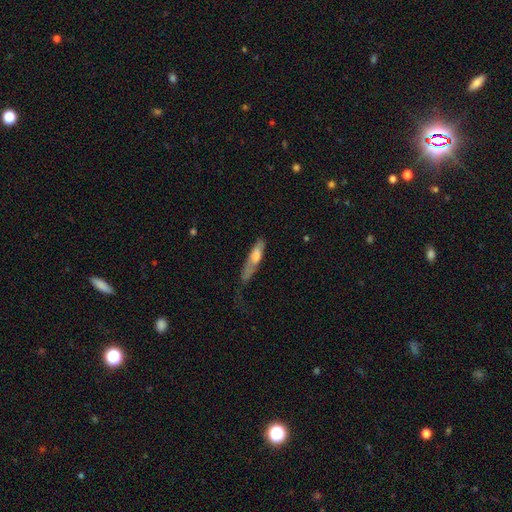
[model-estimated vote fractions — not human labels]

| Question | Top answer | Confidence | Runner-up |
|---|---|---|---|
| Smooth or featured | smooth | 61% | featured or disk (33%) |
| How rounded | cigar-shaped | 75% | in between (23%) |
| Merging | none | 35% | minor disturbance (33%) |